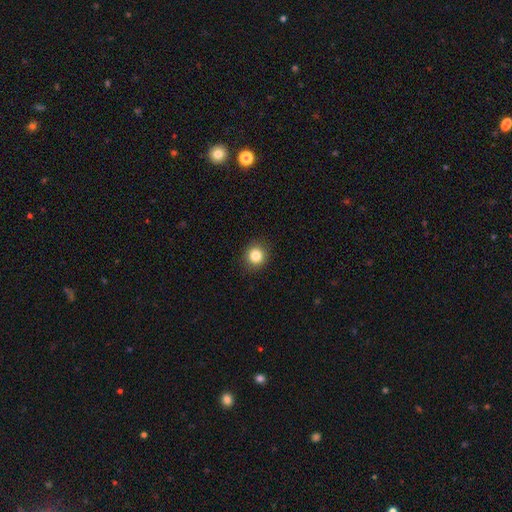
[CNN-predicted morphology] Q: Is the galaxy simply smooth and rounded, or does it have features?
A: smooth — 84%.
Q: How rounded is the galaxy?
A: round — 88%.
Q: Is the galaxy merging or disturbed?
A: none — 91%.